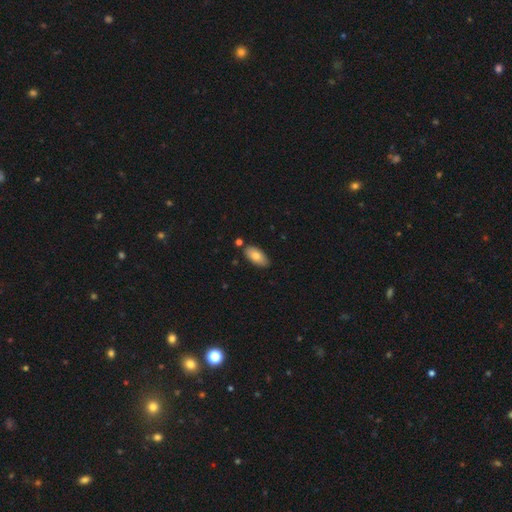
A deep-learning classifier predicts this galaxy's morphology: A smooth galaxy with no disk features (79%) that is in between round and cigar-shaped (92%).

Vote fractions:
- Smooth or featured? smooth: 79% / featured or disk: 14% / star or artifact: 6%
- How rounded? in between: 92% / cigar-shaped: 6% / round: 2%
- Merging? none: 80% / minor disturbance: 13% / merger: 5% / major disturbance: 2%